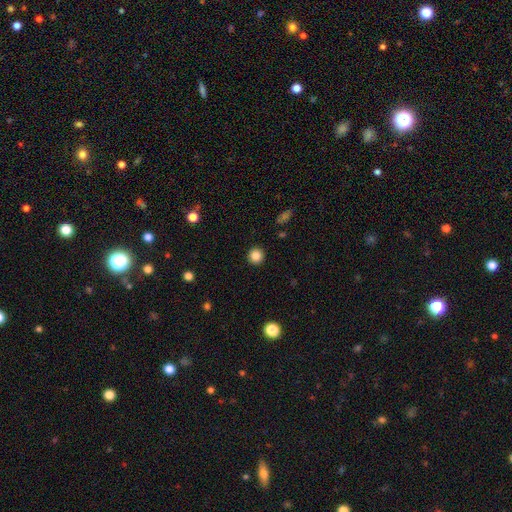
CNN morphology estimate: Smooth or featured?
  - smooth: 85% *
  - star or artifact: 11%
  - featured or disk: 4%
How rounded?
  - round: 95% *
  - in between: 4%
  - cigar-shaped: 1%
Merging?
  - none: 93% *
  - minor disturbance: 4%
  - major disturbance: 2%
  - merger: 1%